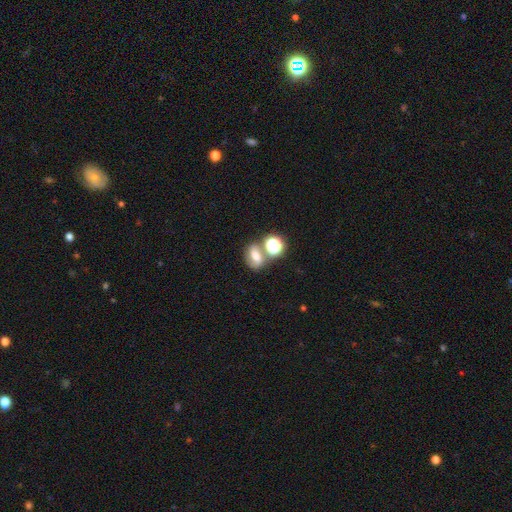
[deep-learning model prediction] The model was most divided on "smooth or featured": smooth: 48%, featured or disk: 34%, star or artifact: 19%. More confident: merging — none (52%).